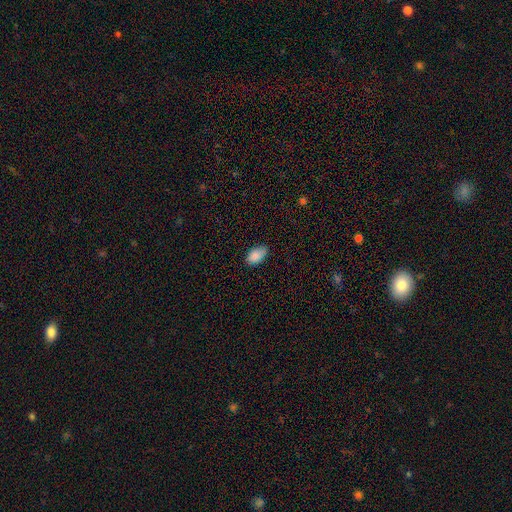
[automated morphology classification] Smooth or featured? Predicted: smooth (p=0.87). How rounded? Predicted: in between (p=0.93). Merging? Predicted: none (p=0.72).